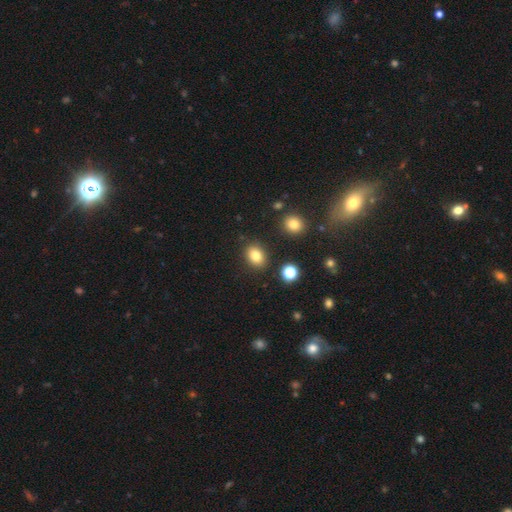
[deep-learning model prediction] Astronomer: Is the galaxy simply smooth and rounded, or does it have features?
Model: smooth — 81%.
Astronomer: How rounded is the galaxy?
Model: in between — 62%.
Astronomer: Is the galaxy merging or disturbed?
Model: none — 86%.